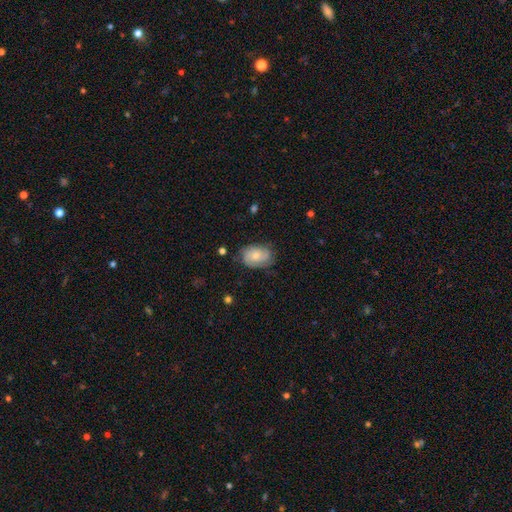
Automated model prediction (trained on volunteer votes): The model was most divided on "smooth or featured": smooth: 49%, featured or disk: 44%, star or artifact: 7%. More confident: merging — none (65%).